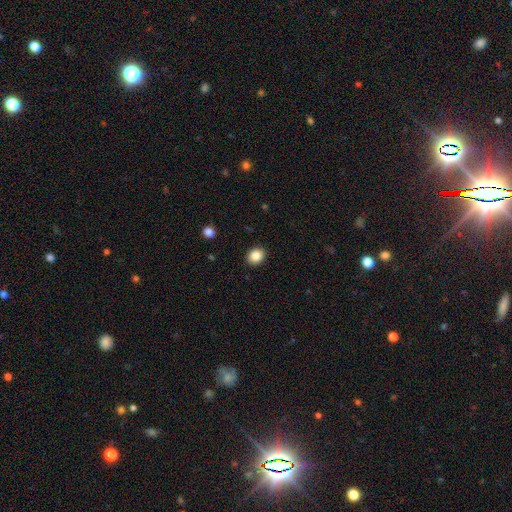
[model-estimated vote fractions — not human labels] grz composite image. It shows a smooth galaxy with no disk features (86%) that is round (57%). Merging: none (91%).